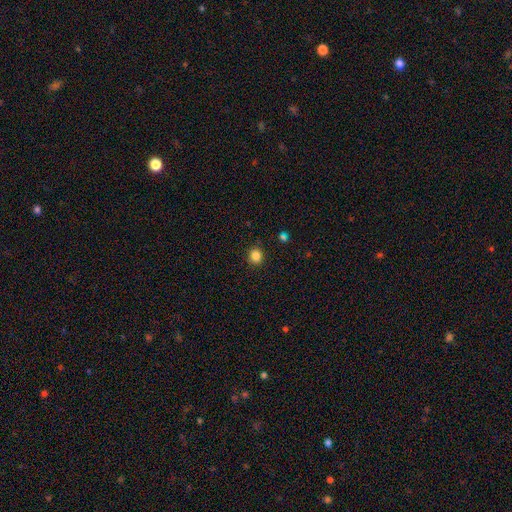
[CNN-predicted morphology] smooth-or-featured: smooth: 85% | star or artifact: 12% | featured or disk: 4%
  how-rounded: round: 82% | in between: 17% | cigar-shaped: 1%
  merging: none: 88% | minor disturbance: 8% | major disturbance: 2% | merger: 2%